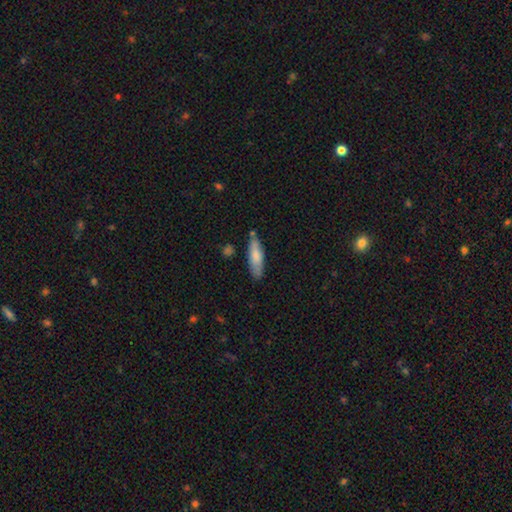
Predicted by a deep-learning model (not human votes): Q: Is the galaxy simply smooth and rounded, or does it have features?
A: smooth — 76%.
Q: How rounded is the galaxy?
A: cigar-shaped — 57%.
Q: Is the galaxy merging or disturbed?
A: none — 74%.